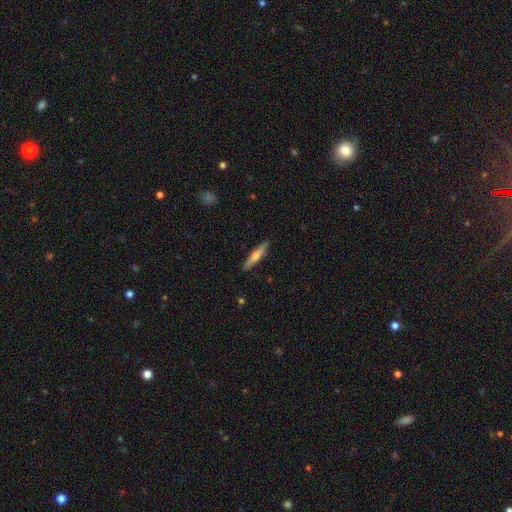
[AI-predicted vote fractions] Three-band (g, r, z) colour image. It shows a smooth galaxy with no disk features (52%) that is cigar-shaped (90%). Merging: none (90%).